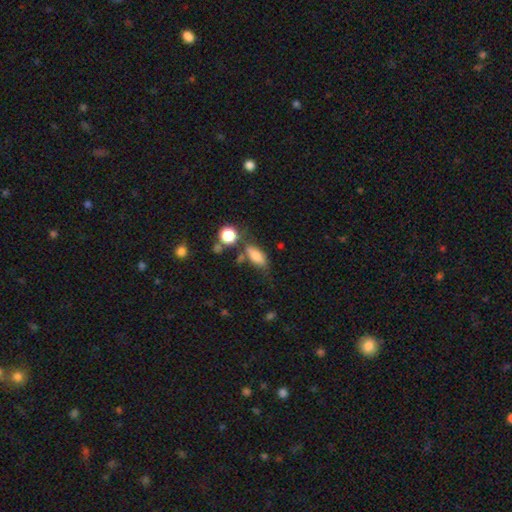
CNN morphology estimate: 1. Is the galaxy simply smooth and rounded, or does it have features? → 75% smooth, 15% featured or disk, 10% star or artifact.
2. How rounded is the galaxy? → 76% in between, 17% cigar-shaped, 7% round.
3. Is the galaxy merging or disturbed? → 57% none, 22% minor disturbance, 12% merger, 9% major disturbance.